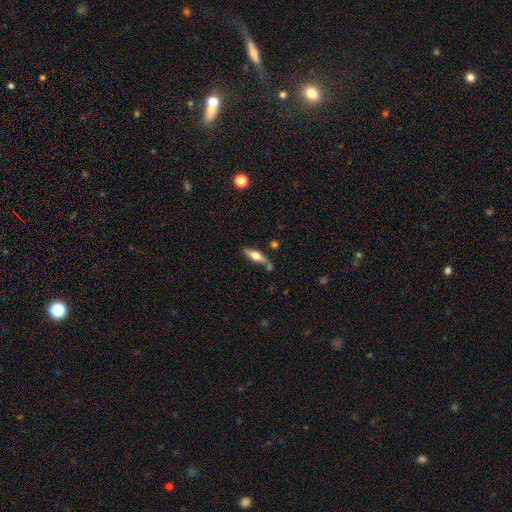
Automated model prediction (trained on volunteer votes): This is possibly a smooth galaxy (48%). Merging: likely none (65%).